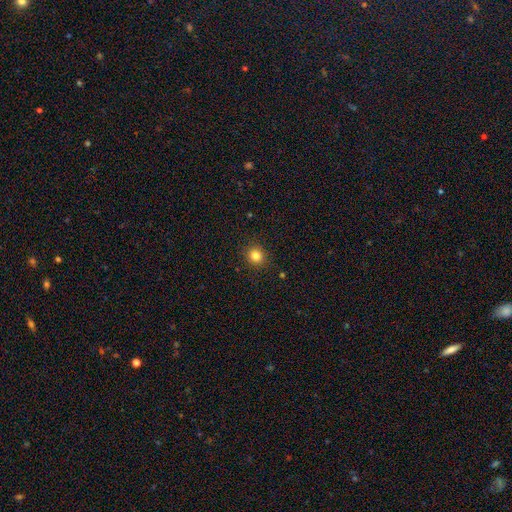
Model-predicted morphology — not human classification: type=smooth (82%); roundness=round (85%); merging=none (91%).